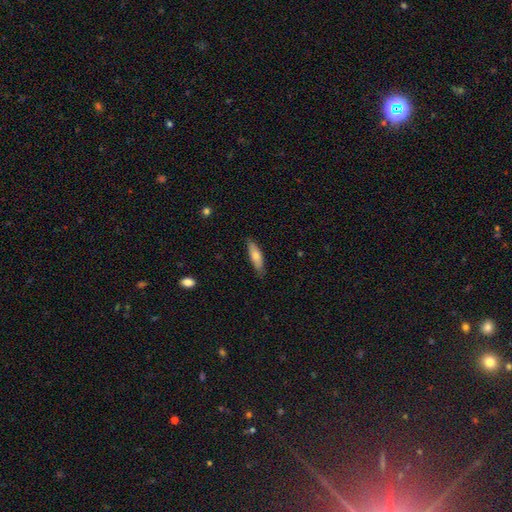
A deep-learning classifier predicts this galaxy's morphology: A smooth galaxy with no disk features (69%) that is cigar-shaped (55%).

Vote fractions:
- Smooth or featured? smooth: 69% / featured or disk: 25% / star or artifact: 6%
- How rounded? cigar-shaped: 55% / in between: 43% / round: 2%
- Merging? none: 81% / minor disturbance: 16% / major disturbance: 2% / merger: 1%